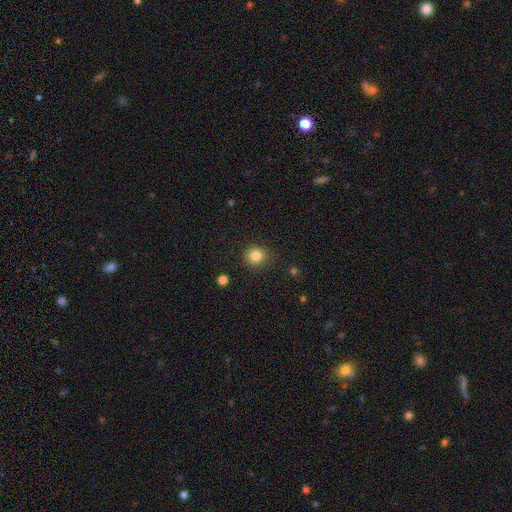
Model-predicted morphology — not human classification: This appears to be a smooth galaxy with no disk features (83%) that is round (84%). Merging: none (86%).